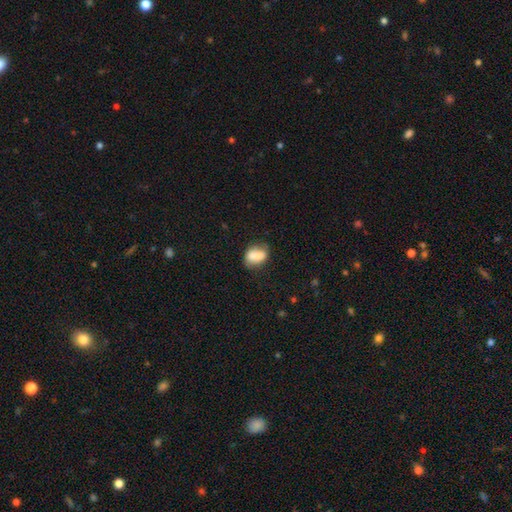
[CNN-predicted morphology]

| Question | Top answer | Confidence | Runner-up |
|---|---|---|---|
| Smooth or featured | smooth | 71% | featured or disk (20%) |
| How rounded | in between | 70% | round (28%) |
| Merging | merger | 42% | none (36%) |